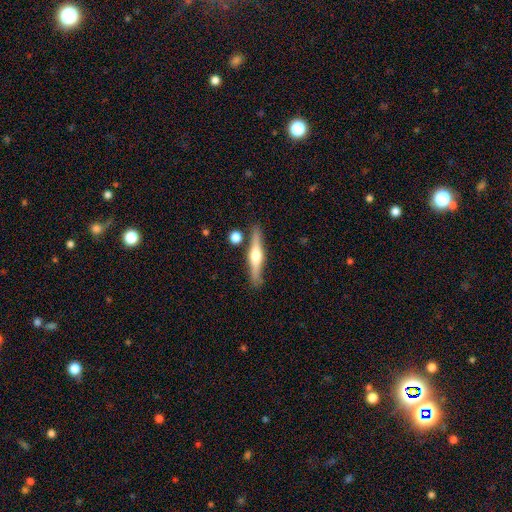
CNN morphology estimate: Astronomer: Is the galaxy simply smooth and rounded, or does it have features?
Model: featured or disk — 66%.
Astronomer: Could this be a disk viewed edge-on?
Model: yes — 97%.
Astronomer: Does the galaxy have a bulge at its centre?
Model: rounded — 93%.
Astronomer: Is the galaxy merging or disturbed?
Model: none — 84%.